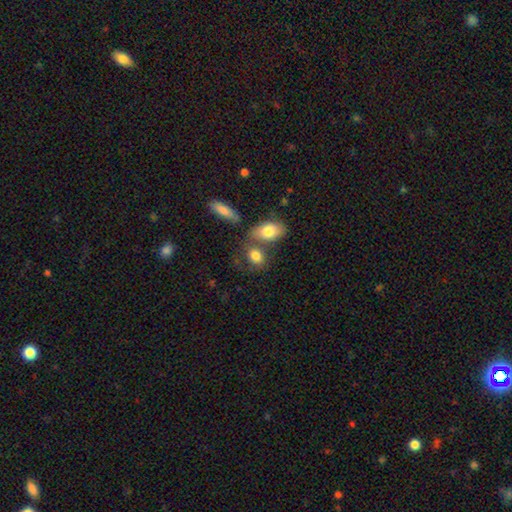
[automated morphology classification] Smooth or featured? smooth (80%)
How rounded? in between (68%)
Merging? none (48%)